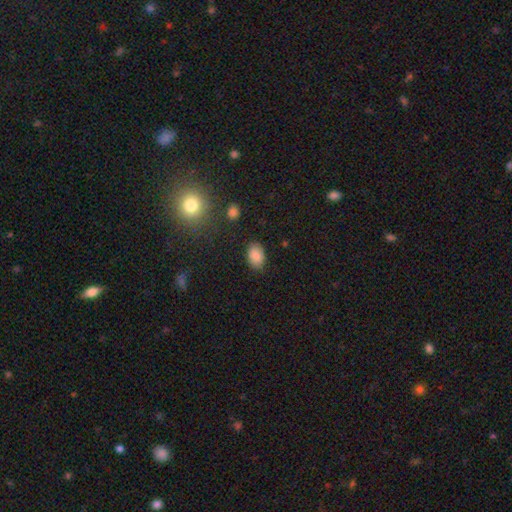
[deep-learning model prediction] A smooth galaxy with no disk features (86%) that is in between round and cigar-shaped (85%).

Vote fractions:
- Smooth or featured? smooth: 86% / star or artifact: 9% / featured or disk: 5%
- How rounded? in between: 85% / round: 14% / cigar-shaped: 1%
- Merging? none: 85% / minor disturbance: 11% / major disturbance: 3% / merger: 1%